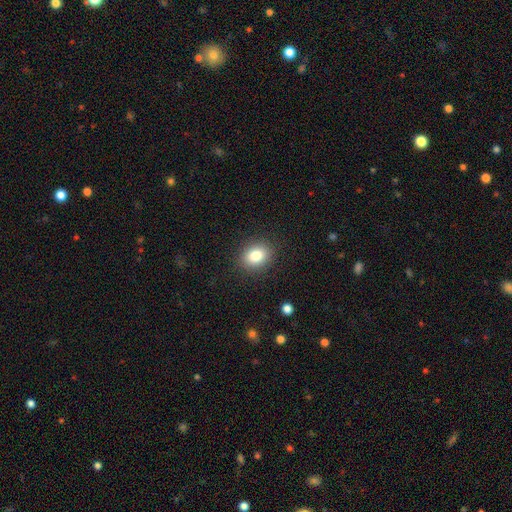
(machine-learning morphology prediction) A smooth galaxy with no disk features (84%) that is in between round and cigar-shaped (55%). Merging: none (88%).